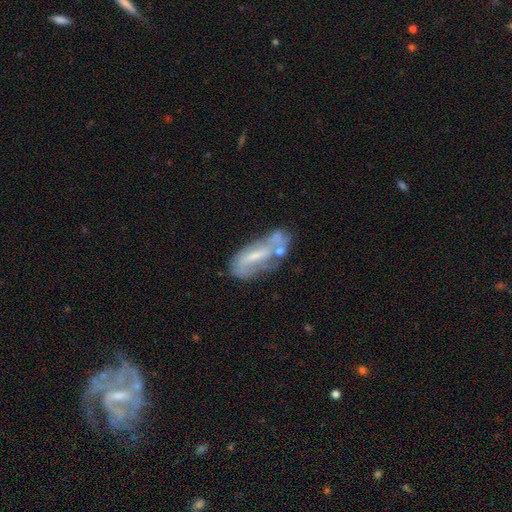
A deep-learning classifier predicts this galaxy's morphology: Overall: featured or disk (64%; smooth 28%). Edge-on disk: no (88%). Bar: weak (41%; no 32%). Spiral arms: yes (54%; no 46%). Bulge size: small (45%; moderate 31%). Merging: none (37%; minor disturbance 25%).